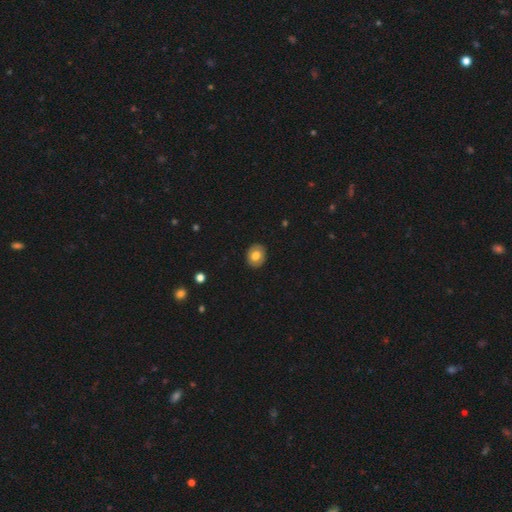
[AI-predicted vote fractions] smooth_or_featured: smooth (p=0.71) [alt: featured or disk p=0.22]
how_rounded: round (p=0.61) [alt: in between p=0.38]
merging: none (p=0.88) [alt: minor disturbance p=0.09]